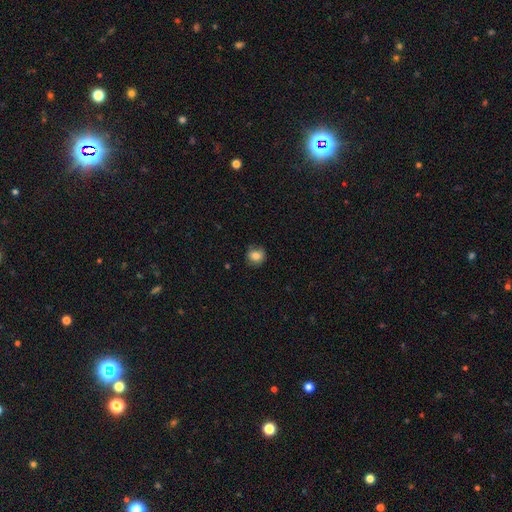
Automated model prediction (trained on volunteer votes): The model was most divided on "how rounded": round: 80%, in between: 19%, cigar-shaped: 1%. More confident: smooth or featured — smooth (83%); merging — none (79%).